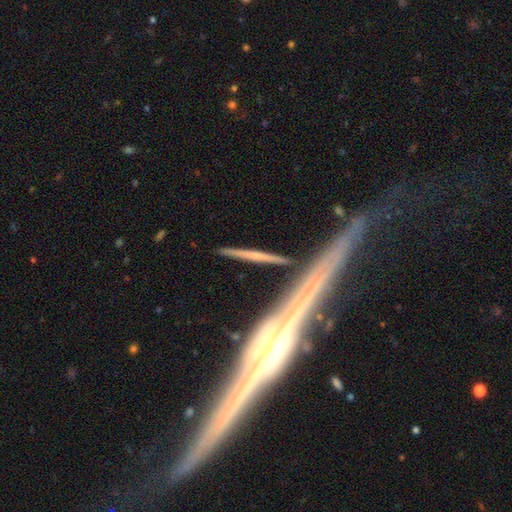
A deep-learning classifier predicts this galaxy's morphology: featured or disk 57%, smooth 25%, star or artifact 18%. Down the decision tree: edge-on disk — yes (93%); edge-on bulge — rounded (44%); merging — none (84%).